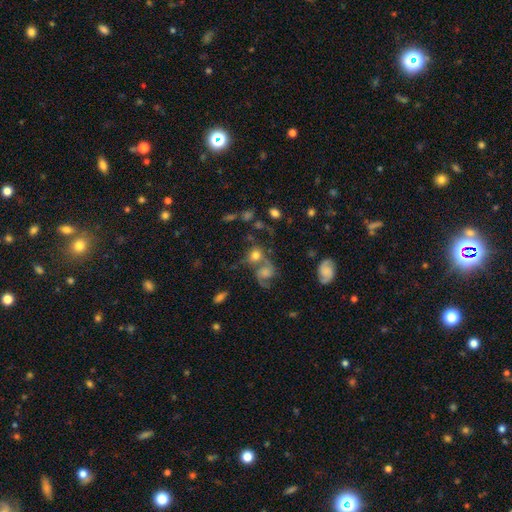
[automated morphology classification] The model was most divided on "merging": merger: 44%, none: 36%, minor disturbance: 11%, major disturbance: 9%. Remaining: smooth or featured — smooth (50%).